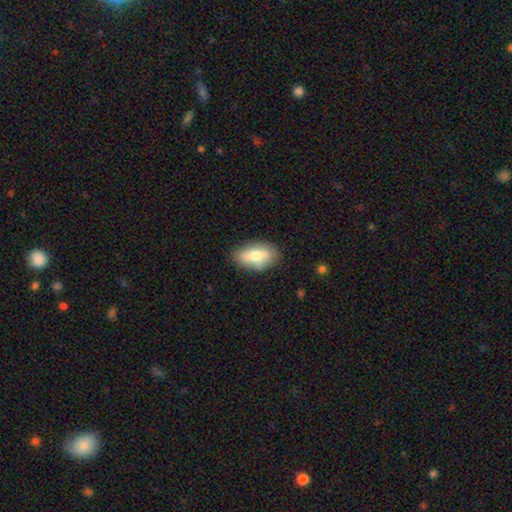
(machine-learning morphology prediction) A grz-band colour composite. It shows a smooth galaxy with no disk features (72%) that is in between round and cigar-shaped (90%). Merging: none (81%).